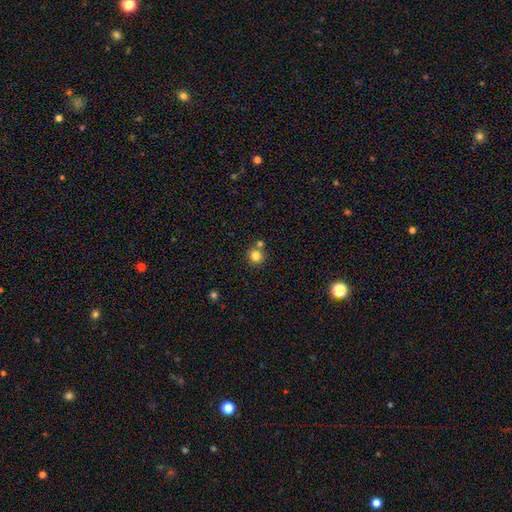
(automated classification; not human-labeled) Q: Smooth or featured?
A: smooth (80%); runner-up: star or artifact (12%)
Q: How rounded?
A: round (93%); runner-up: in between (6%)
Q: Merging?
A: none (70%); runner-up: merger (20%)